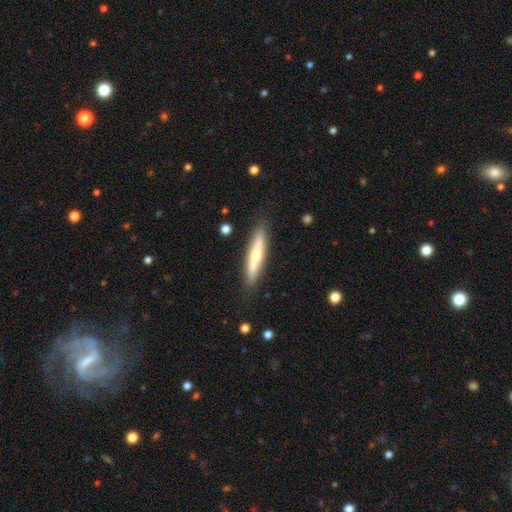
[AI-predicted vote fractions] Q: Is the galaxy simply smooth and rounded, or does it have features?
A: smooth — 54%.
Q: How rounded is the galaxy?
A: cigar-shaped — 89%.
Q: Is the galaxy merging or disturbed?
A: none — 86%.